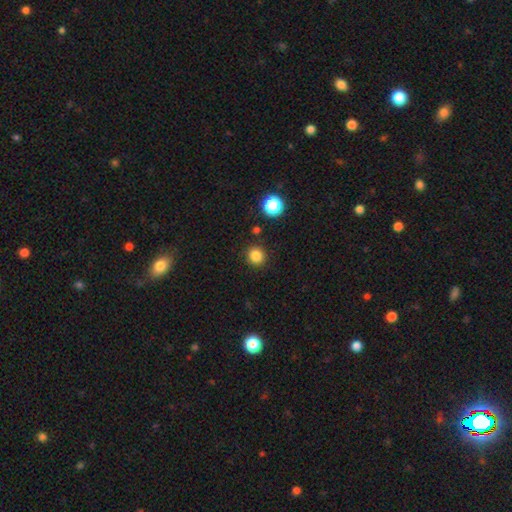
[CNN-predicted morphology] Q: Smooth or featured?
A: smooth (83%); runner-up: star or artifact (13%)
Q: How rounded?
A: round (90%); runner-up: in between (9%)
Q: Merging?
A: none (88%); runner-up: minor disturbance (7%)